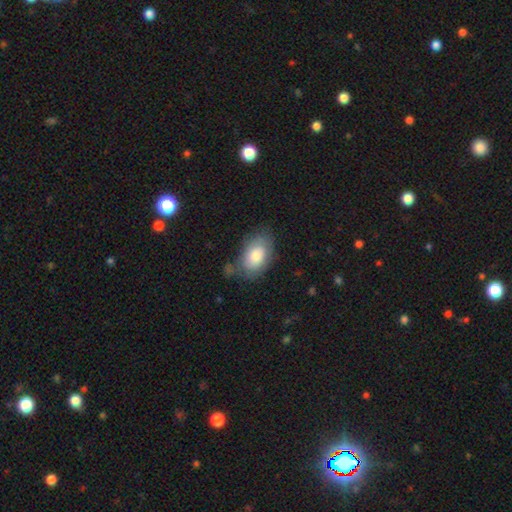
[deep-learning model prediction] A smooth galaxy with no disk features (77%) that is in between round and cigar-shaped (90%).

Vote fractions:
- Smooth or featured? smooth: 77% / featured or disk: 16% / star or artifact: 7%
- How rounded? in between: 90% / round: 8% / cigar-shaped: 1%
- Merging? none: 60% / minor disturbance: 26% / major disturbance: 9% / merger: 5%